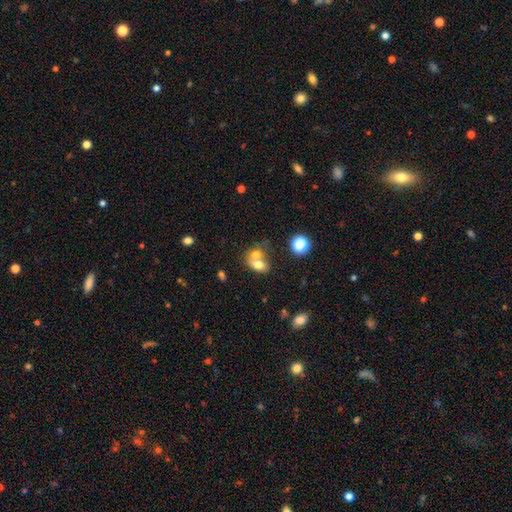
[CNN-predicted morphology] smooth-or-featured: smooth: 69% | featured or disk: 20% | star or artifact: 12%
  how-rounded: in between: 65% | round: 34% | cigar-shaped: 2%
  merging: merger: 68% | none: 21% | minor disturbance: 7% | major disturbance: 4%